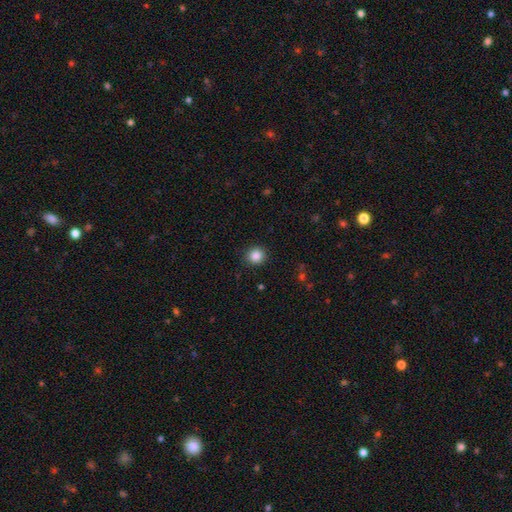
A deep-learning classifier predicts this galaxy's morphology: smooth-or-featured: smooth: 87% | star or artifact: 10% | featured or disk: 3%
  how-rounded: round: 90% | in between: 9% | cigar-shaped: 1%
  merging: none: 90% | minor disturbance: 7% | major disturbance: 2% | merger: 1%